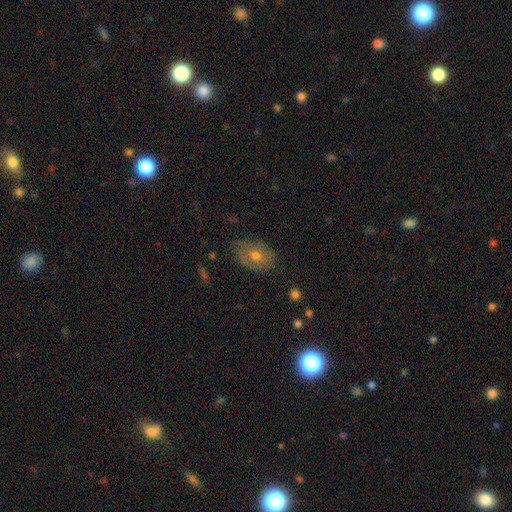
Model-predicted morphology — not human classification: Smooth or featured? Predicted: smooth (p=0.52). How rounded? Predicted: in between (p=0.74). Merging? Predicted: none (p=0.72).